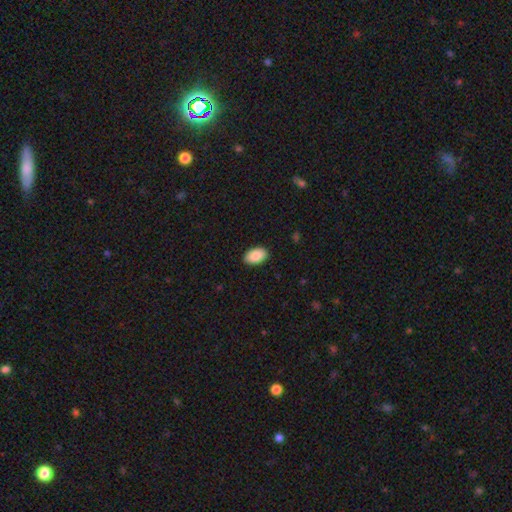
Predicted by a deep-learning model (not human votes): Smooth or featured: smooth — 89% (star or artifact — 6%)
How rounded: in between — 93% (round — 6%)
Merging: none — 89% (minor disturbance — 8%)